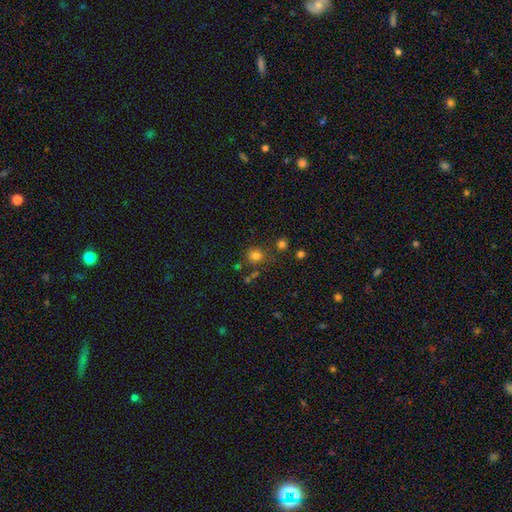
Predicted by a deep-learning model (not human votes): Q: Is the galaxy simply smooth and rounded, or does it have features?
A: smooth — 77%.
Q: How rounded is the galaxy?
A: round — 84%.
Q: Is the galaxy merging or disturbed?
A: none — 75%.